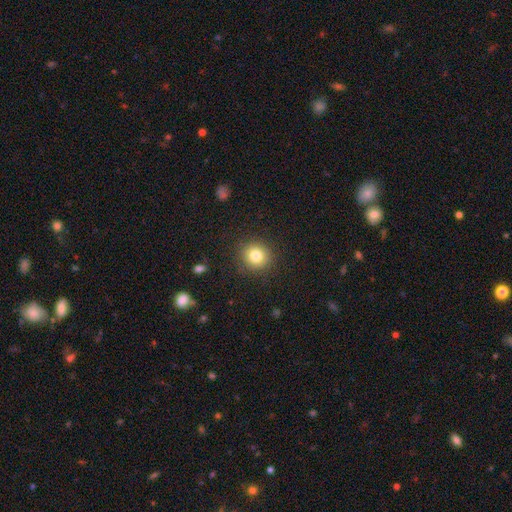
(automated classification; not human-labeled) A smooth galaxy with no disk features (81%) that is round (90%). Merging: none (89%).